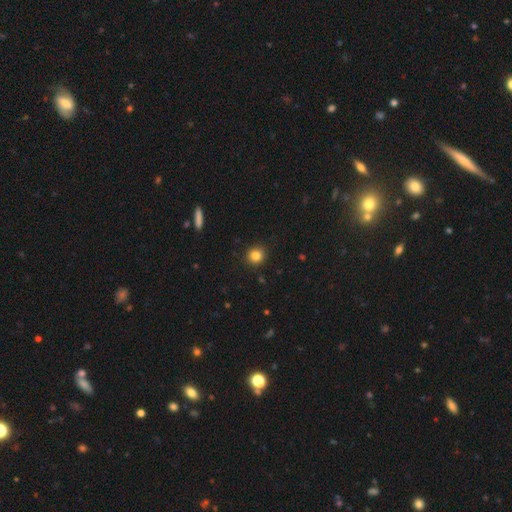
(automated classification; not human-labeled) This appears to be a smooth galaxy with no disk features (83%) that is round (90%). Merging: none (92%).